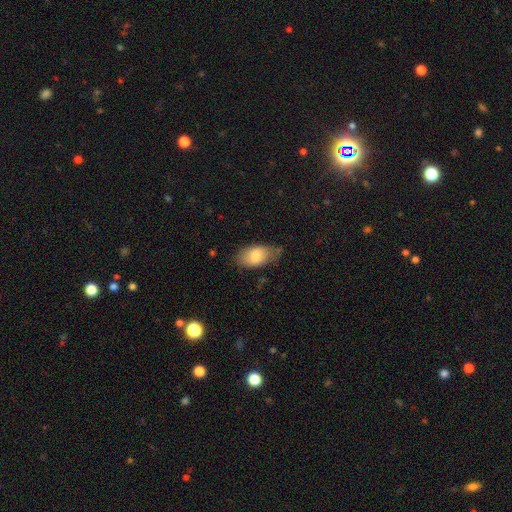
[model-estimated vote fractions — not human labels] Smooth or featured? smooth (78%)
How rounded? in between (93%)
Merging? none (65%)